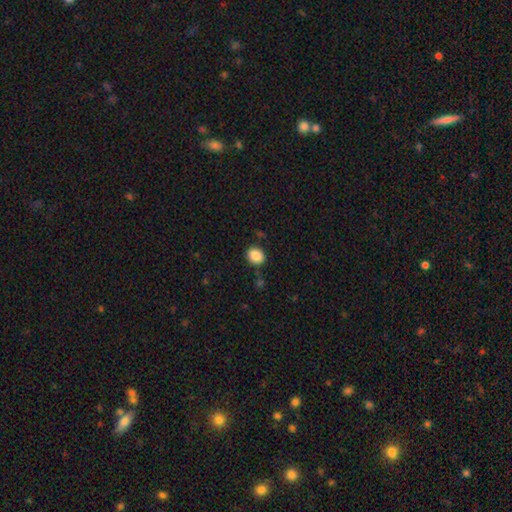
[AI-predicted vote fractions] Morphology: type=smooth (88%); roundness=round (62%); merging=none (84%).